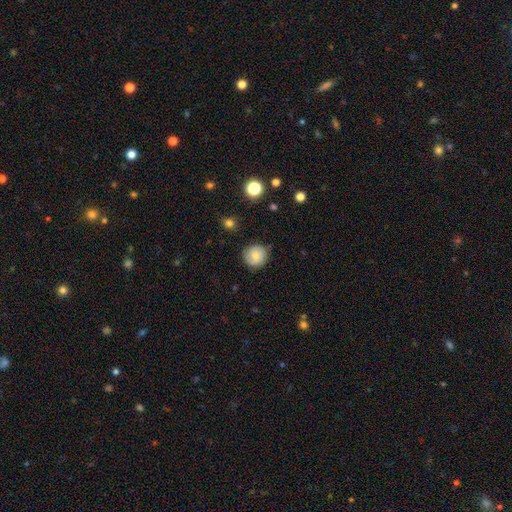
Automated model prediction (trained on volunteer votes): A smooth galaxy with no disk features (75%) that is round (91%). Merging: none (78%).